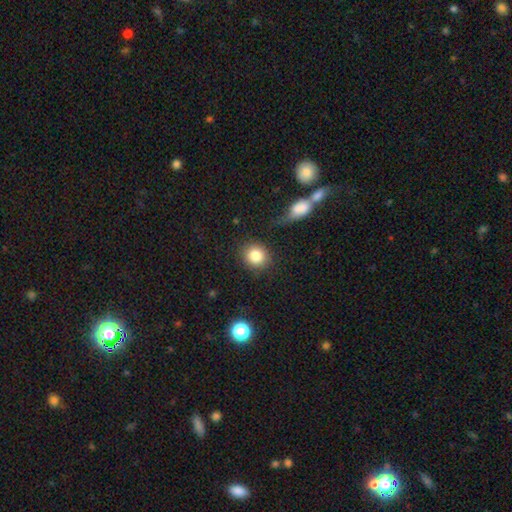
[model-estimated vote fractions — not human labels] smooth-or-featured: smooth: 85% | star or artifact: 9% | featured or disk: 6%
  how-rounded: round: 82% | in between: 17% | cigar-shaped: 1%
  merging: none: 82% | minor disturbance: 10% | merger: 4% | major disturbance: 4%